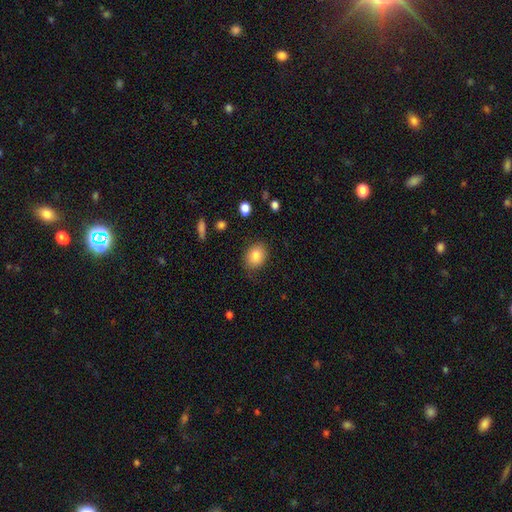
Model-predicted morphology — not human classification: type=smooth (82%); roundness=in between (58%); merging=none (82%).